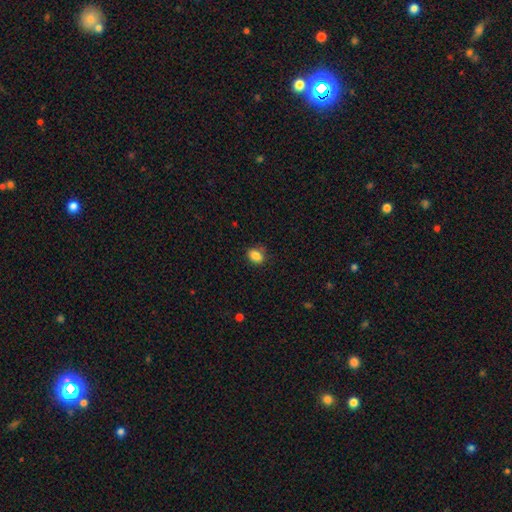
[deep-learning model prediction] Smooth or featured? Predicted: smooth (p=0.85). How rounded? Predicted: in between (p=0.72). Merging? Predicted: none (p=0.80).